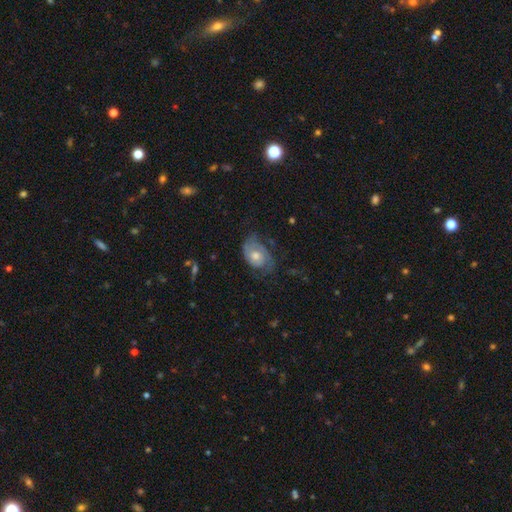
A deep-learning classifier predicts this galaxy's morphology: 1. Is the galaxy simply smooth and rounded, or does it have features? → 76% featured or disk, 17% smooth, 7% star or artifact.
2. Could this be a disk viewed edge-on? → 96% no, 4% yes.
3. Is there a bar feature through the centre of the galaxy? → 75% no, 22% weak, 4% strong.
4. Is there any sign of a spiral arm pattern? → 91% yes, 9% no.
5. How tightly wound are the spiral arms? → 53% tight, 35% medium, 12% loose.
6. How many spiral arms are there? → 61% 2, 19% can't tell, 9% 1, 7% 3, 2% 4, 2% more than 4.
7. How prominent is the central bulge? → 70% moderate, 19% small, 8% large, 2% none, 1% dominant.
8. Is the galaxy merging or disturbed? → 61% none, 24% minor disturbance, 13% major disturbance, 2% merger.